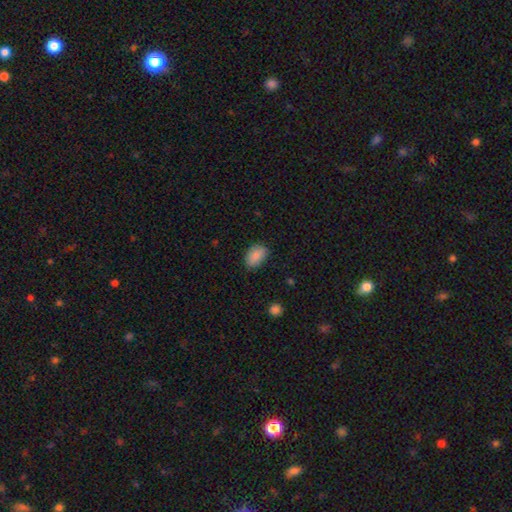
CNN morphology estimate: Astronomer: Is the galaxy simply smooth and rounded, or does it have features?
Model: smooth — 87%.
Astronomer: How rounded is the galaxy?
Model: in between — 89%.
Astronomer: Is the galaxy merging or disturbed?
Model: none — 77%.